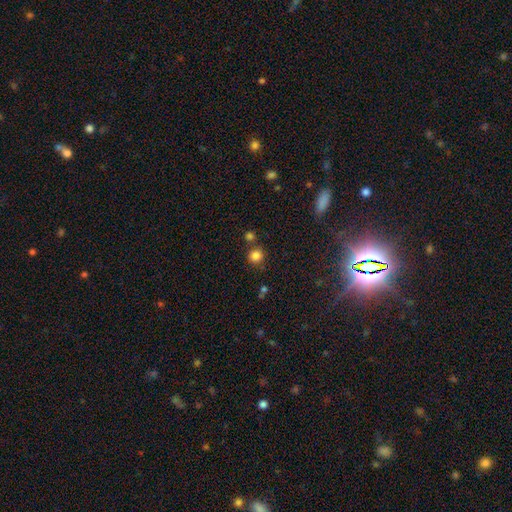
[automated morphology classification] Smooth or featured: smooth — 83% (star or artifact — 13%)
How rounded: round — 91% (in between — 8%)
Merging: none — 77% (merger — 12%)